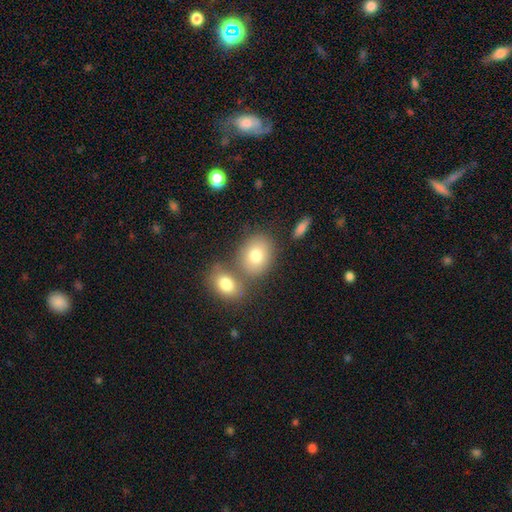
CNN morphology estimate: Overall: smooth (79%). How rounded: in between (56%; round 43%). Merging: none (58%; merger 28%).